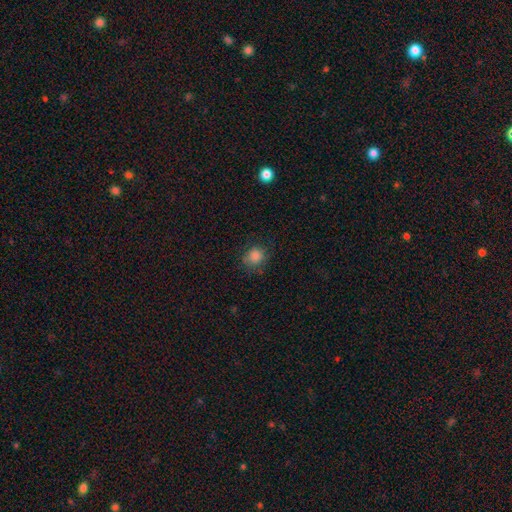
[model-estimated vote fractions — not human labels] This is clearly a smooth galaxy (85%). How rounded: clearly round (82%). Merging: likely none (76%).